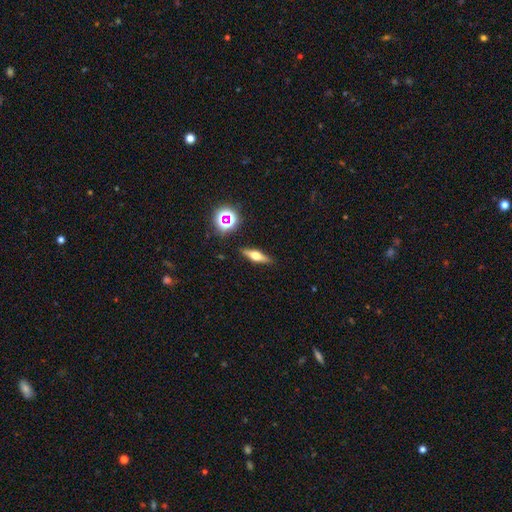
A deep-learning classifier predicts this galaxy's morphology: Smooth or featured? Predicted: featured or disk (p=0.52). Edge-on disk? Predicted: yes (p=0.92). Merging? Predicted: none (p=0.89).